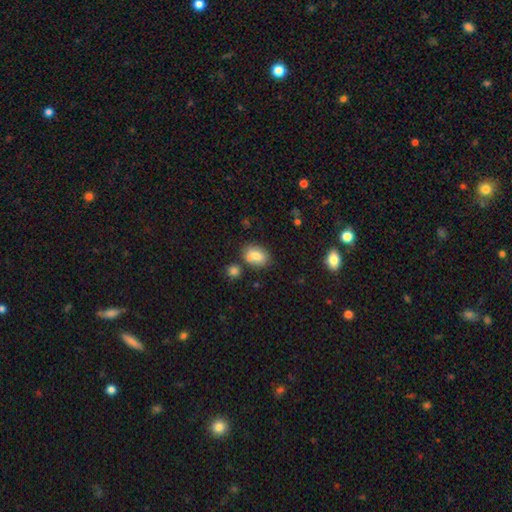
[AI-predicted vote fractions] A smooth galaxy with no disk features (77%) that is in between round and cigar-shaped (77%). Merging: none (69%).